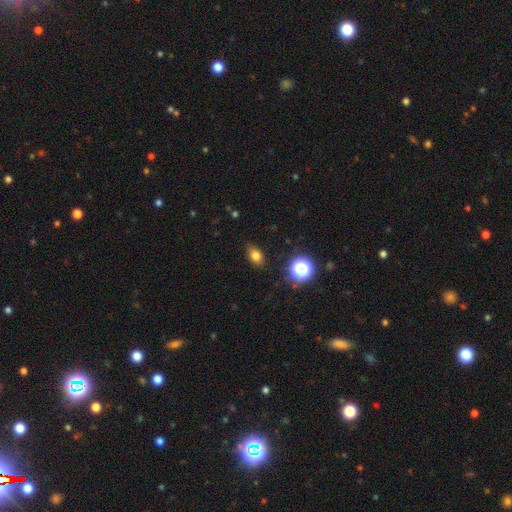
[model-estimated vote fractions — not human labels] smooth 78%, star or artifact 15%, featured or disk 7%. Down the decision tree: how rounded — in between (72%); merging — none (80%).